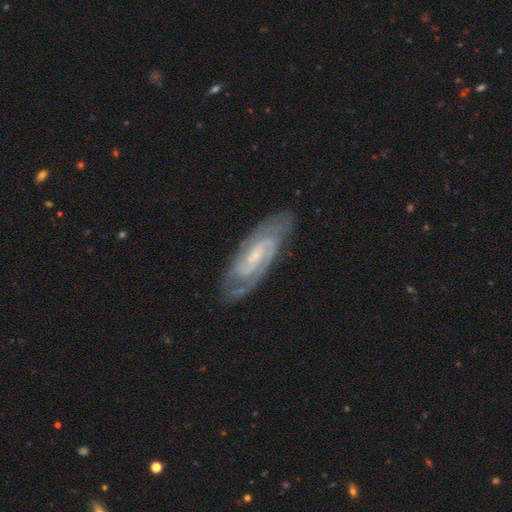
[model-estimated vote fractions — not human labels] Smooth or featured?
  - featured or disk: 85% *
  - smooth: 10%
  - star or artifact: 5%
Edge-on disk?
  - no: 90% *
  - yes: 10%
Bar?
  - weak: 48% *
  - no: 37%
  - strong: 15%
Spiral arms?
  - yes: 96% *
  - no: 4%
Spiral winding?
  - tight: 52% *
  - medium: 40%
  - loose: 8%
Spiral arm count?
  - 2: 63% *
  - can't tell: 18%
  - 3: 11%
  - 4: 3%
  - 1: 3%
  - more than 4: 2%
Bulge size?
  - small: 57% *
  - moderate: 27%
  - none: 13%
  - large: 2%
  - dominant: 1%
Merging?
  - none: 78% *
  - minor disturbance: 16%
  - major disturbance: 5%
  - merger: 1%